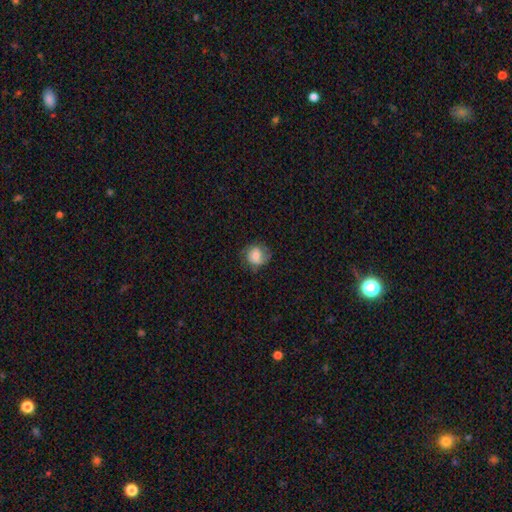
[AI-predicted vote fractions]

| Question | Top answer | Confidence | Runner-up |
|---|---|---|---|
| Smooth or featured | smooth | 60% | featured or disk (31%) |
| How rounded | round | 79% | in between (20%) |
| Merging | none | 69% | minor disturbance (21%) |